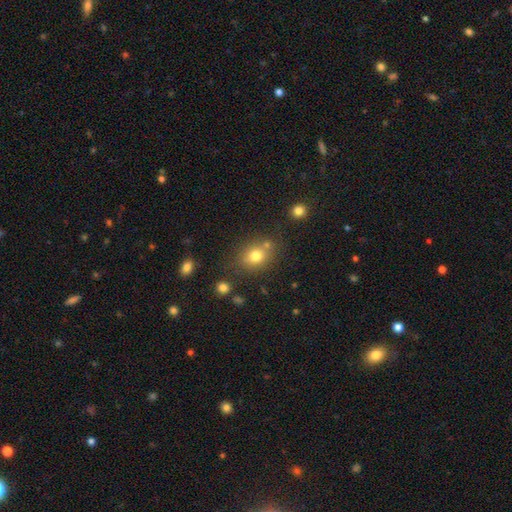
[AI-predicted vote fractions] Smooth or featured? smooth (78%)
How rounded? round (52%)
Merging? none (67%)